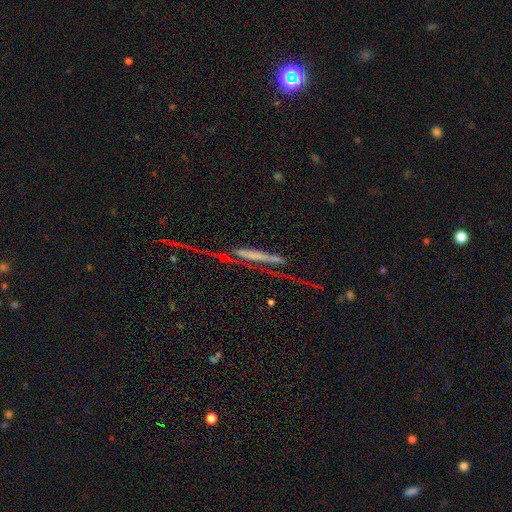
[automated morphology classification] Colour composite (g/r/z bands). It shows a featured or disk galaxy (64%) viewed edge-on (76%). Merging: none (43%).